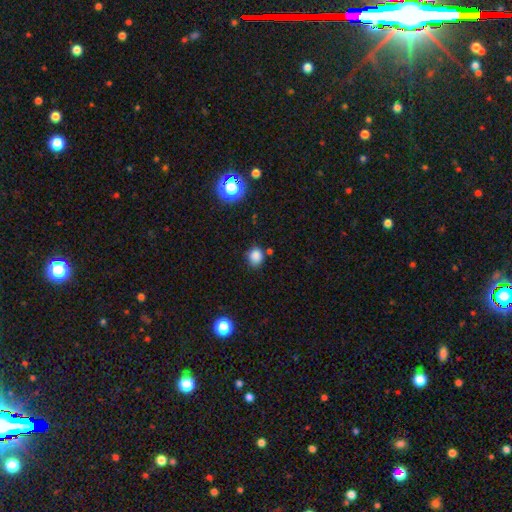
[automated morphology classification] Q: Smooth or featured?
A: smooth (83%); runner-up: star or artifact (13%)
Q: How rounded?
A: round (72%); runner-up: in between (27%)
Q: Merging?
A: none (75%); runner-up: minor disturbance (16%)